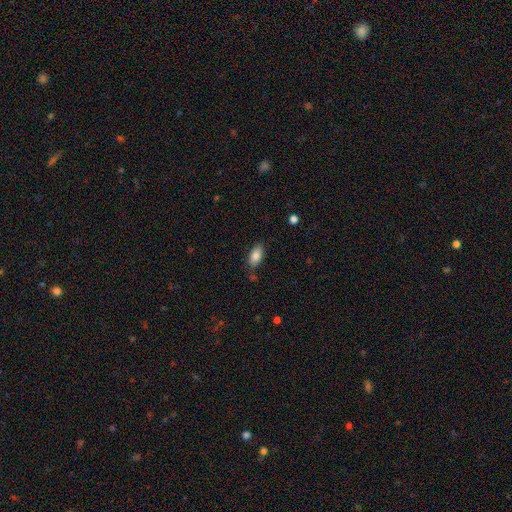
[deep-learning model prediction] smooth_or_featured: smooth (p=0.84) [alt: featured or disk p=0.08]
how_rounded: in between (p=0.90) [alt: cigar-shaped p=0.07]
merging: none (p=0.80) [alt: minor disturbance p=0.13]